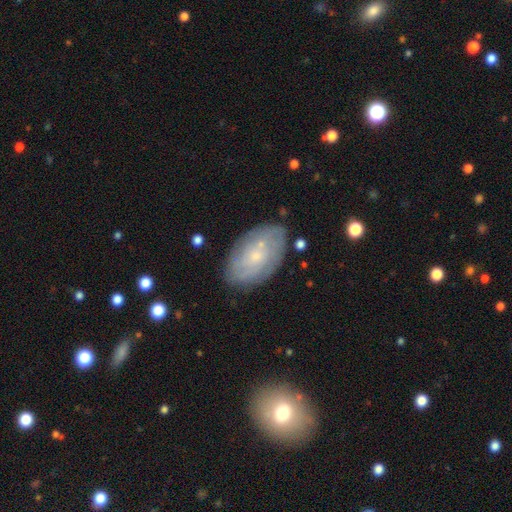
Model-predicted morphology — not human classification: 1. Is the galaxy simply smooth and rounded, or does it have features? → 56% featured or disk, 36% smooth, 8% star or artifact.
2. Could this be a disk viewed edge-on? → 94% no, 6% yes.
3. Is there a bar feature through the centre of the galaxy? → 80% no, 17% weak, 3% strong.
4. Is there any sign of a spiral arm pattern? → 71% yes, 29% no.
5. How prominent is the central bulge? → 72% small, 22% moderate, 4% none, 2% large, 1% dominant.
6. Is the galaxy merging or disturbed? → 79% none, 15% minor disturbance, 4% major disturbance, 2% merger.